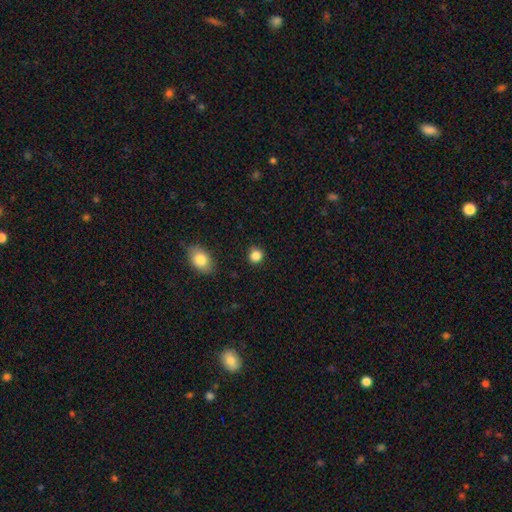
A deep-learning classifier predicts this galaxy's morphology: smooth-or-featured: smooth: 86% | star or artifact: 10% | featured or disk: 4%
  how-rounded: round: 85% | in between: 14% | cigar-shaped: 1%
  merging: none: 86% | minor disturbance: 9% | major disturbance: 2% | merger: 2%